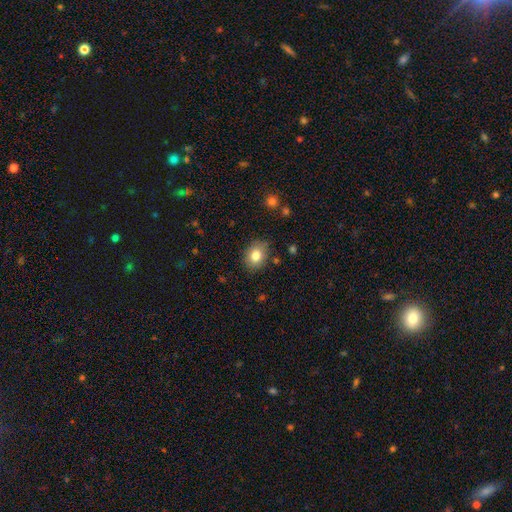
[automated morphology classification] This appears to be a smooth galaxy with no disk features (82%) that is in between round and cigar-shaped (57%). Merging: none (82%).